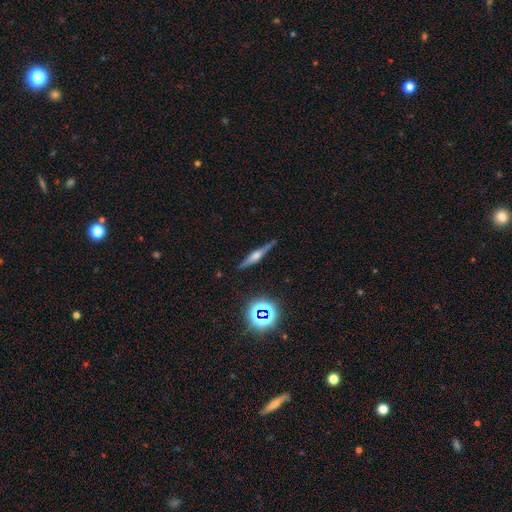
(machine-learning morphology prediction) Smooth or featured?
  - featured or disk: 68% *
  - smooth: 20%
  - star or artifact: 12%
Edge-on disk?
  - yes: 97% *
  - no: 3%
Edge-on bulge?
  - rounded: 81% *
  - boxy: 15%
  - none: 4%
Merging?
  - none: 87% *
  - minor disturbance: 9%
  - major disturbance: 2%
  - merger: 2%